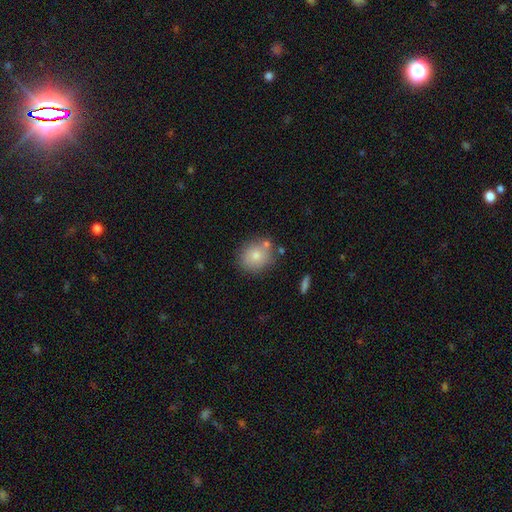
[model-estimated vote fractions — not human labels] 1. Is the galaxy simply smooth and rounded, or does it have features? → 78% smooth, 13% featured or disk, 9% star or artifact.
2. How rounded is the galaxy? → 73% round, 26% in between, 1% cigar-shaped.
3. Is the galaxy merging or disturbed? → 74% none, 14% minor disturbance, 9% merger, 4% major disturbance.